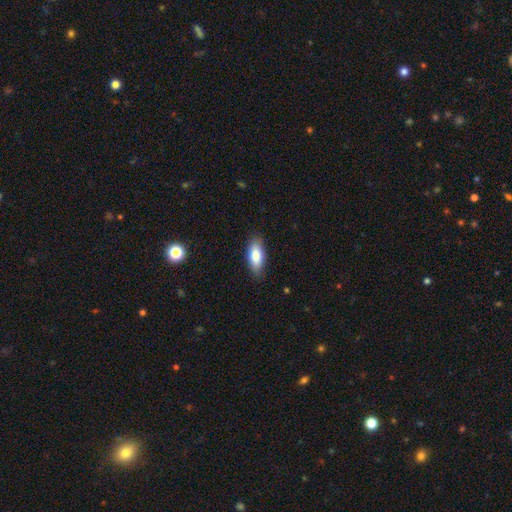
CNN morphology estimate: smooth 83%, featured or disk 11%, star or artifact 6%. Down the decision tree: how rounded — in between (83%); merging — none (85%).